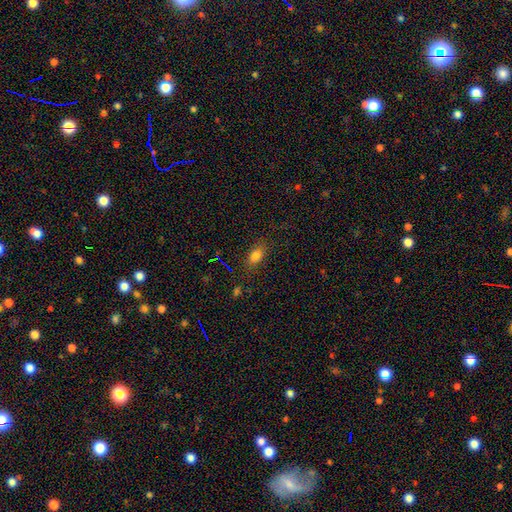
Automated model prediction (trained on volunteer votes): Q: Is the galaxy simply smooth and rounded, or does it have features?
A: smooth — 78%.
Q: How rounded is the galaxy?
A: in between — 83%.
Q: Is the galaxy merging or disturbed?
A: none — 77%.